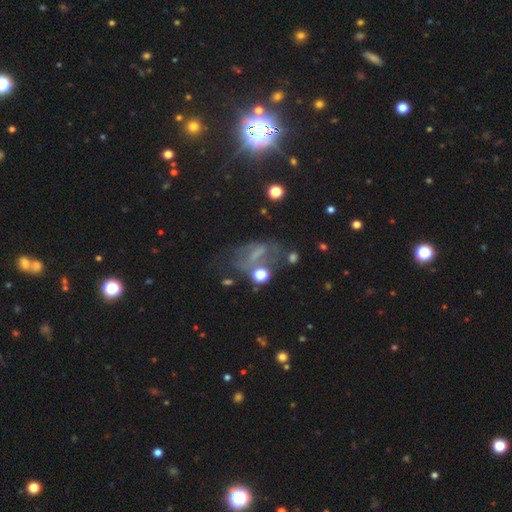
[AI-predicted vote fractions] featured or disk 40%, star or artifact 34%, smooth 26%. Down the decision tree: merging — none (41%).